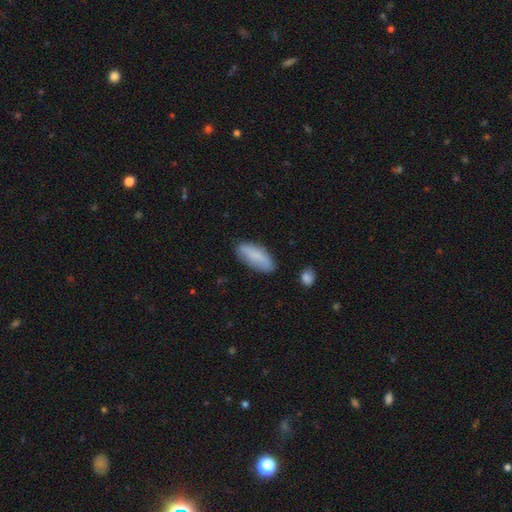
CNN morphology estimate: smooth_or_featured: smooth (p=0.80) [alt: featured or disk p=0.14]
how_rounded: in between (p=0.77) [alt: cigar-shaped p=0.21]
merging: none (p=0.73) [alt: minor disturbance p=0.21]